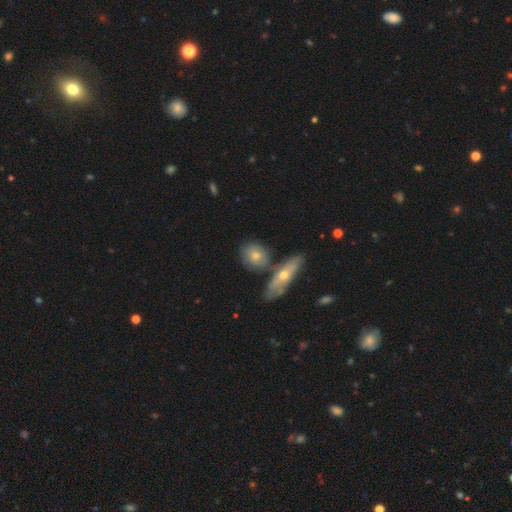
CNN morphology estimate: The model was most divided on "how rounded" (2-way tie): round: 46%, in between: 46%, cigar-shaped: 9%. More confident: smooth or featured — smooth (65%); merging — none (59%).